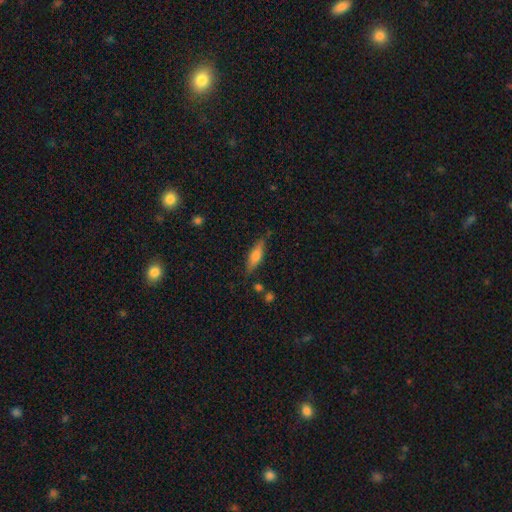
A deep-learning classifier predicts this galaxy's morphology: A smooth galaxy with no disk features (57%) that is cigar-shaped (62%). Merging: none (81%).